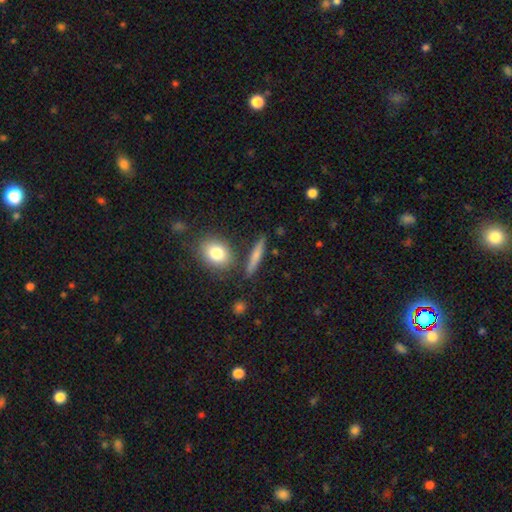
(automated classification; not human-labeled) smooth_or_featured: smooth (p=0.64) [alt: featured or disk p=0.28]
how_rounded: cigar-shaped (p=0.77) [alt: in between p=0.13]
merging: none (p=0.83) [alt: minor disturbance p=0.10]